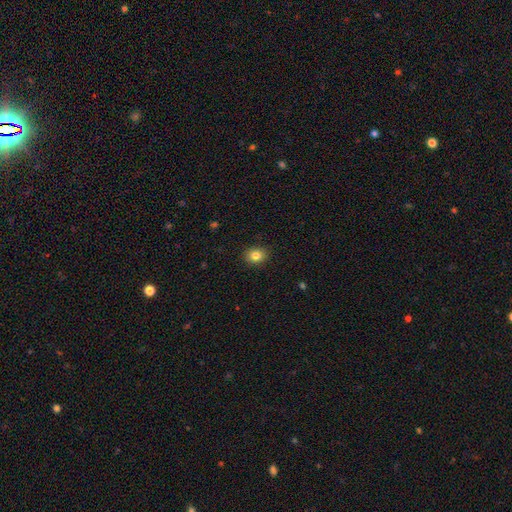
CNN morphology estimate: Smooth or featured: smooth — 84% (star or artifact — 10%)
How rounded: round — 51% (in between — 48%)
Merging: none — 90% (minor disturbance — 7%)